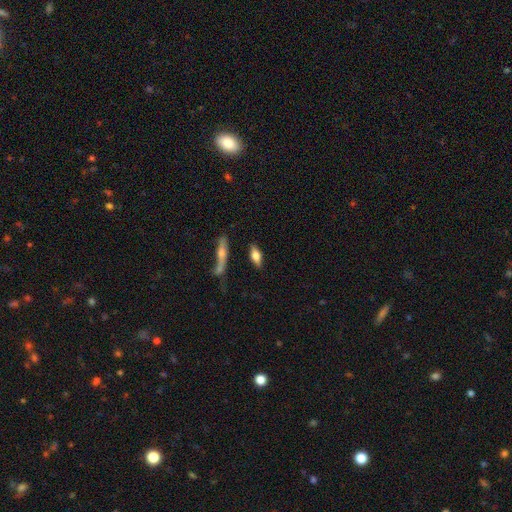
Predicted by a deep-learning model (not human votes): This appears to be a smooth galaxy with no disk features (58%) that is in between round and cigar-shaped (63%). Merging: none (75%).